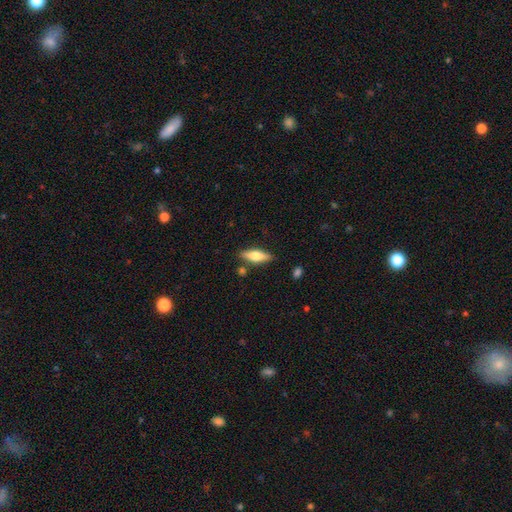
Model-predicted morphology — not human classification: This appears to be a smooth galaxy with no disk features (61%) that is in between round and cigar-shaped (51%). Merging: none (82%).